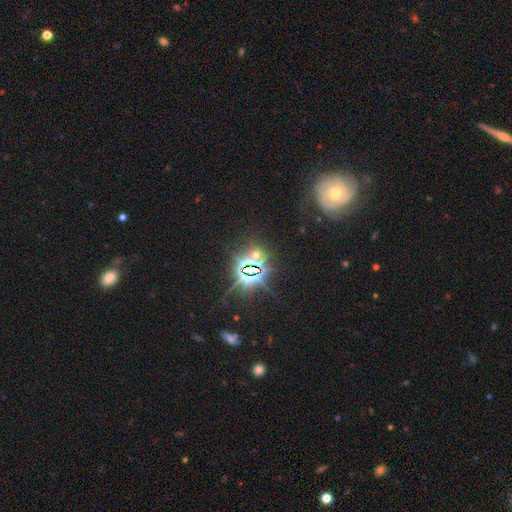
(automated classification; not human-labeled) A star or artifact, not a galaxy (77%).